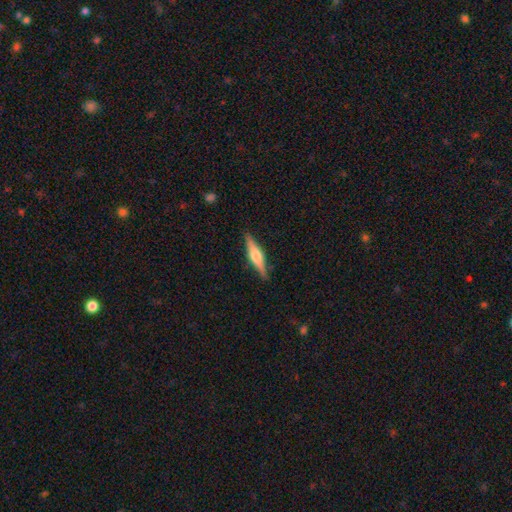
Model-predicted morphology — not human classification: A featured or disk galaxy (64%) viewed edge-on (97%) with a rounded central bulge (85%).

Vote fractions:
- Smooth or featured? featured or disk: 64% / smooth: 31% / star or artifact: 6%
- Edge-on disk? yes: 97% / no: 3%
- Edge-on bulge? rounded: 85% / boxy: 12% / none: 3%
- Merging? none: 88% / minor disturbance: 9% / major disturbance: 2% / merger: 1%